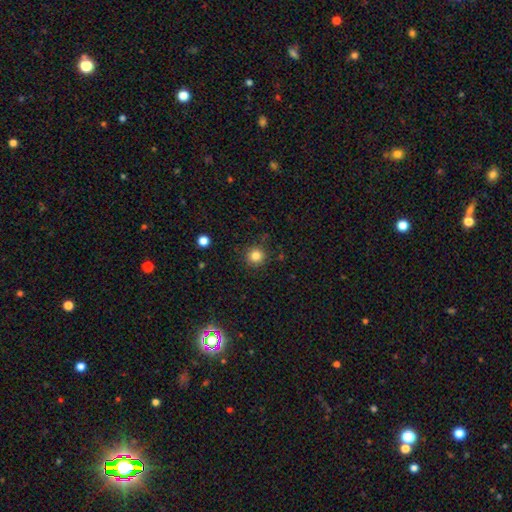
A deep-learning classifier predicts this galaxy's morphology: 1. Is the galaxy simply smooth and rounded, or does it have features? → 82% smooth, 12% star or artifact, 5% featured or disk.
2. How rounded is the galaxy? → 94% round, 5% in between, 1% cigar-shaped.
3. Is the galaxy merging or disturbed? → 88% none, 8% minor disturbance, 2% major disturbance, 2% merger.